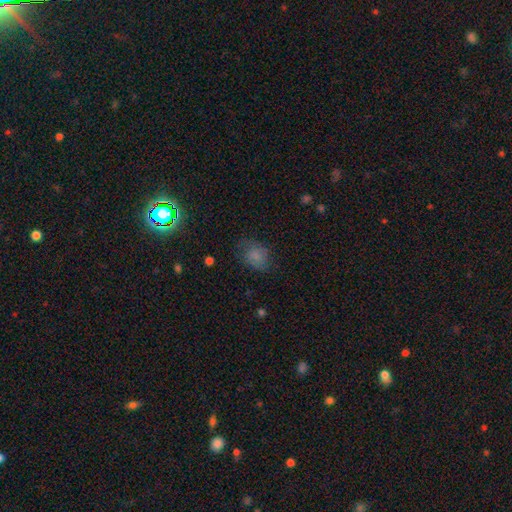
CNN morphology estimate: Q: Smooth or featured?
A: smooth (73%); runner-up: featured or disk (14%)
Q: How rounded?
A: in between (53%); runner-up: round (46%)
Q: Merging?
A: none (65%); runner-up: minor disturbance (23%)